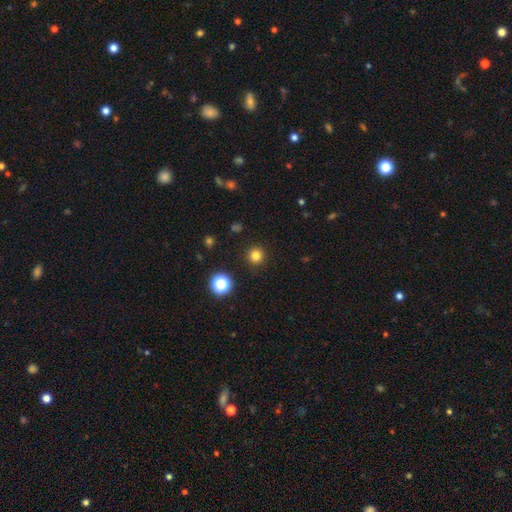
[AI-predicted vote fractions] Smooth or featured? Predicted: smooth (p=0.81). How rounded? Predicted: round (p=0.95). Merging? Predicted: none (p=0.92).